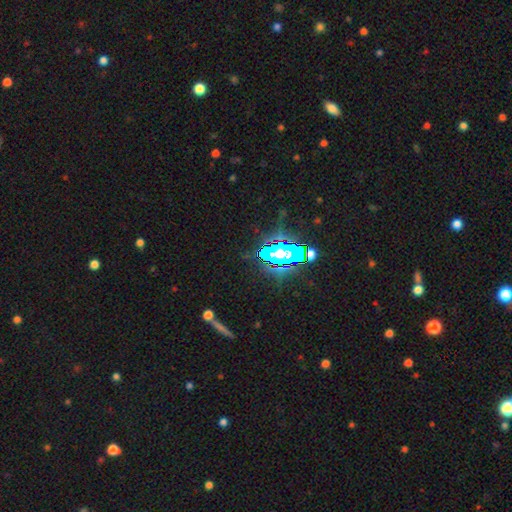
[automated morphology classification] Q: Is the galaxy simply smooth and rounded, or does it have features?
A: star or artifact — 67%.